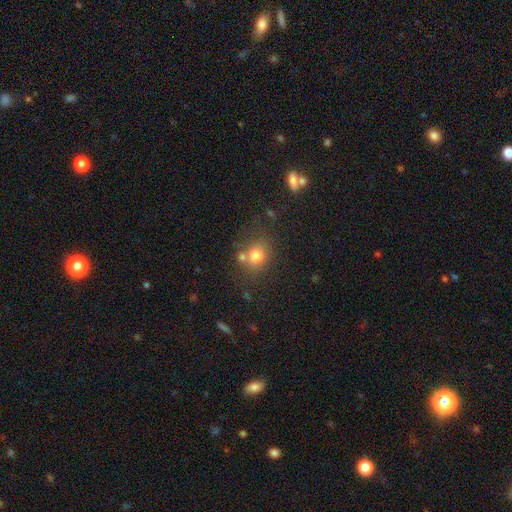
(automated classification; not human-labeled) Smooth or featured: smooth — 74% (star or artifact — 14%)
How rounded: round — 71% (in between — 28%)
Merging: none — 63% (merger — 19%)